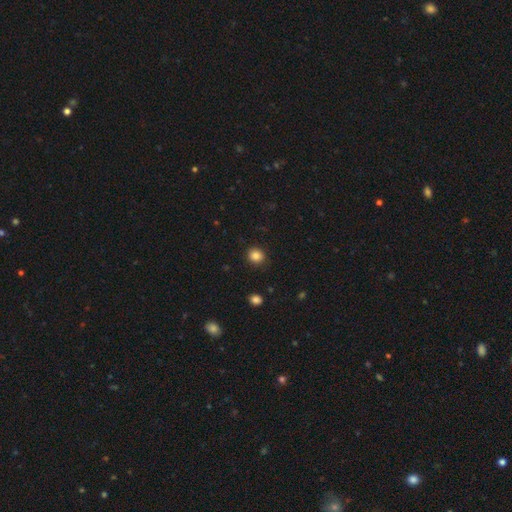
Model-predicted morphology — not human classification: Q: Smooth or featured?
A: smooth (85%); runner-up: star or artifact (11%)
Q: How rounded?
A: round (80%); runner-up: in between (19%)
Q: Merging?
A: none (89%); runner-up: minor disturbance (8%)